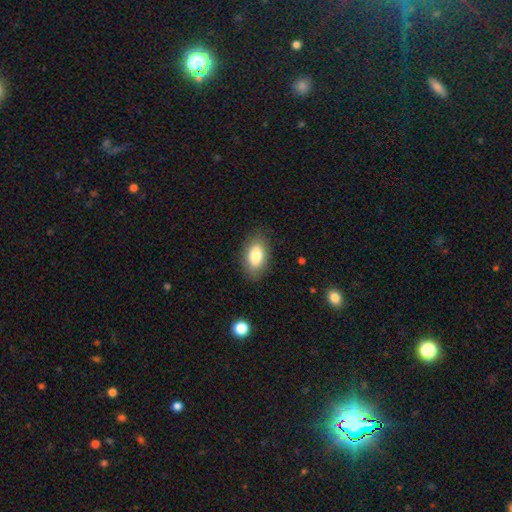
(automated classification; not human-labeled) Q: Smooth or featured?
A: smooth (80%); runner-up: featured or disk (13%)
Q: How rounded?
A: in between (92%); runner-up: round (6%)
Q: Merging?
A: none (85%); runner-up: minor disturbance (11%)